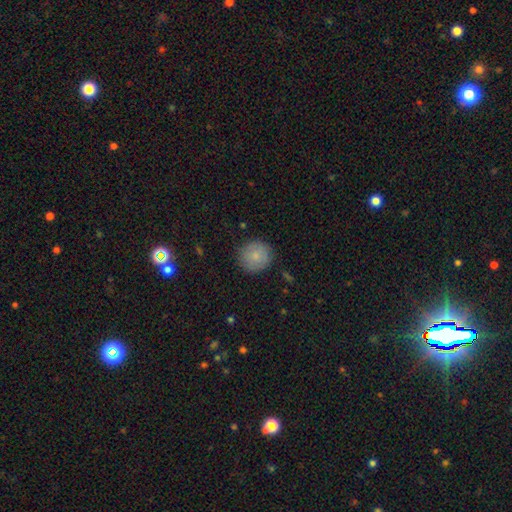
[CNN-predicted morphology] smooth 83%, featured or disk 10%, star or artifact 8%. Down the decision tree: how rounded — round (93%); merging — none (86%).